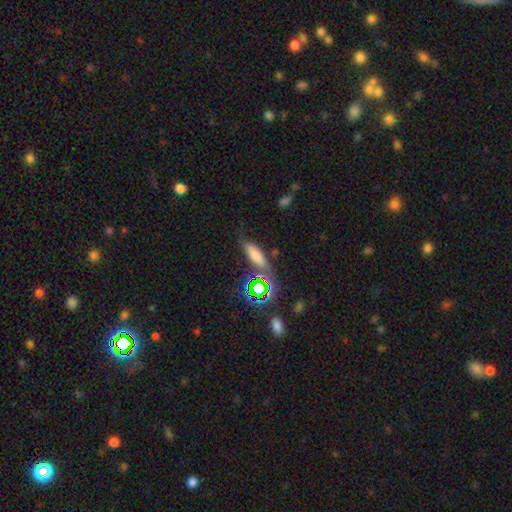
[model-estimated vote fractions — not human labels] Q: Smooth or featured?
A: smooth (69%); runner-up: star or artifact (19%)
Q: How rounded?
A: in between (55%); runner-up: cigar-shaped (41%)
Q: Merging?
A: none (69%); runner-up: minor disturbance (18%)